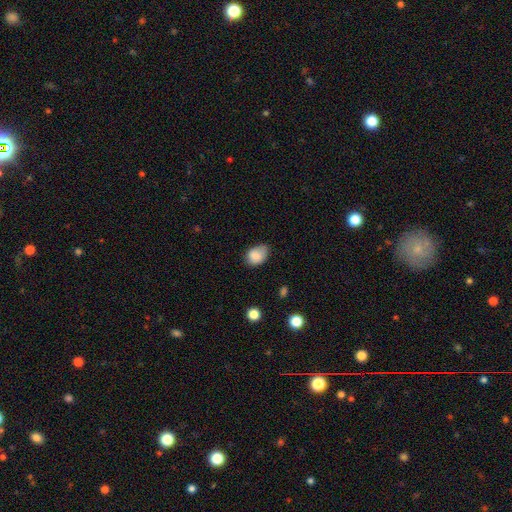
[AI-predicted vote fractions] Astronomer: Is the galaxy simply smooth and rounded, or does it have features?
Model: smooth — 84%.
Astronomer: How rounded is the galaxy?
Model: in between — 73%.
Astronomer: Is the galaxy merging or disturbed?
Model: none — 57% (runner-up: minor disturbance, 34%).